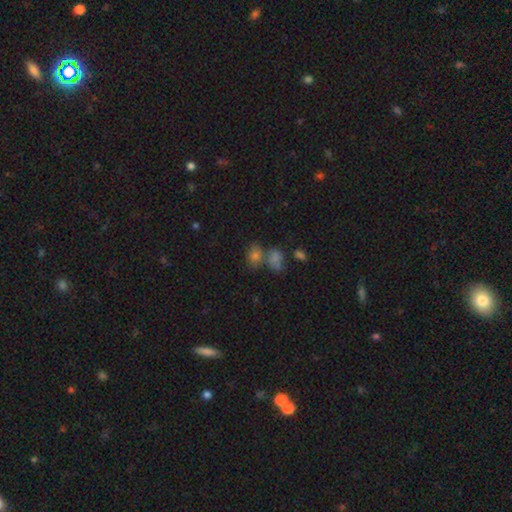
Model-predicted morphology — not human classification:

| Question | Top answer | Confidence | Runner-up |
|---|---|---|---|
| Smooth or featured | smooth | 68% | star or artifact (20%) |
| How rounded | in between | 58% | round (40%) |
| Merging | none | 41% | merger (40%) |